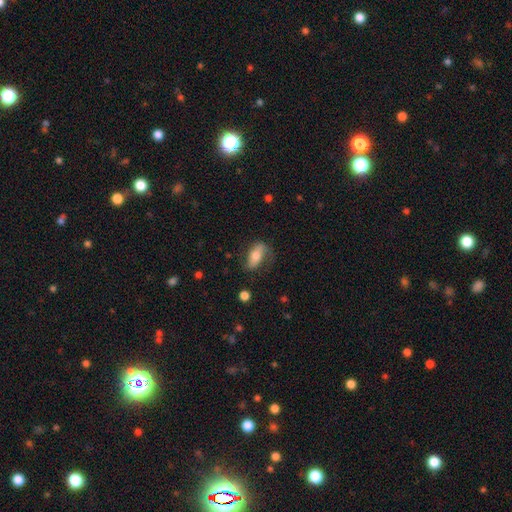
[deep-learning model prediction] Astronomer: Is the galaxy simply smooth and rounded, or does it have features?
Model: smooth — 52% (runner-up: featured or disk, 41%).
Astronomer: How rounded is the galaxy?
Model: in between — 80%.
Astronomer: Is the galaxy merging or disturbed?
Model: none — 60%.